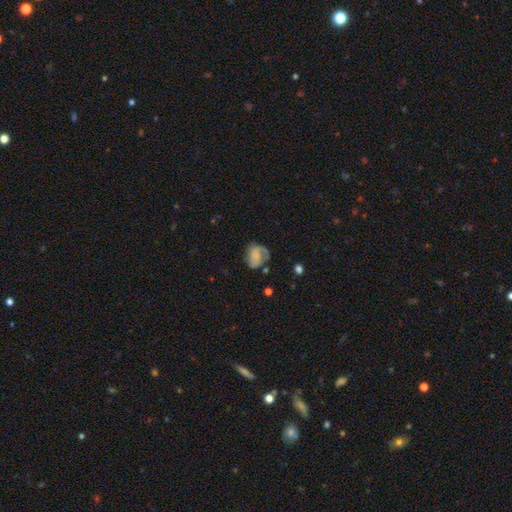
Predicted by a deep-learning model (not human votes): Smooth or featured? Predicted: smooth (p=0.46). Merging? Predicted: none (p=0.40).